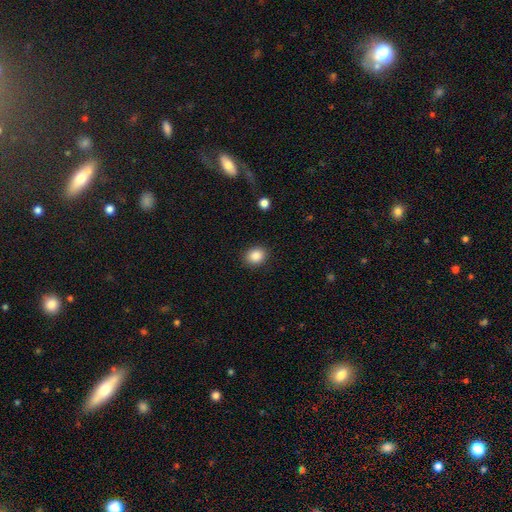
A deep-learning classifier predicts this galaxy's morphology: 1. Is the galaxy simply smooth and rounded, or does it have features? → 87% smooth, 9% star or artifact, 4% featured or disk.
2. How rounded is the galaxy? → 63% round, 37% in between, 1% cigar-shaped.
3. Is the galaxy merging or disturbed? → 89% none, 8% minor disturbance, 3% major disturbance, 1% merger.